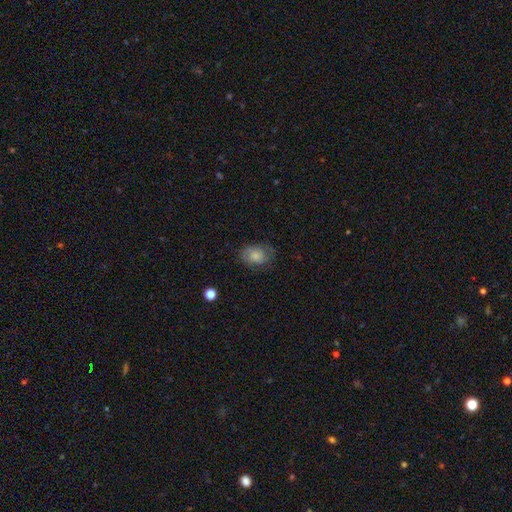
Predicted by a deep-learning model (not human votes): Smooth or featured? smooth (76%)
How rounded? in between (73%)
Merging? none (62%)